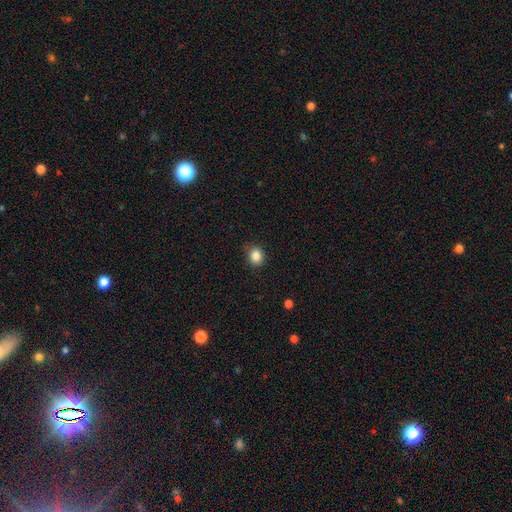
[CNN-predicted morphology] Smooth or featured?
  - smooth: 85% *
  - star or artifact: 10%
  - featured or disk: 4%
How rounded?
  - round: 72% *
  - in between: 27%
  - cigar-shaped: 1%
Merging?
  - none: 86% *
  - minor disturbance: 11%
  - major disturbance: 2%
  - merger: 1%